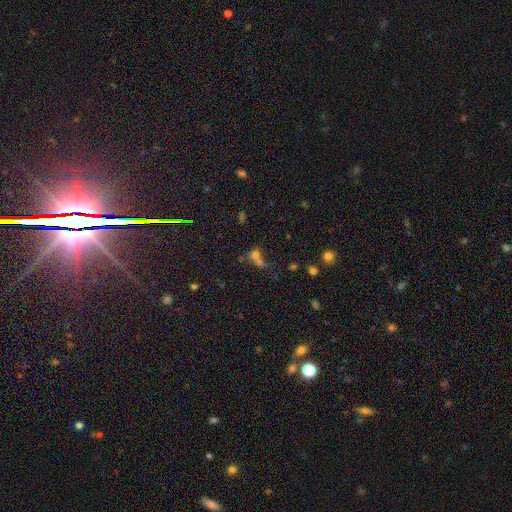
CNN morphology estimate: This appears to be a smooth galaxy with no disk features (63%) that is round (64%). Merging: merger (54%).